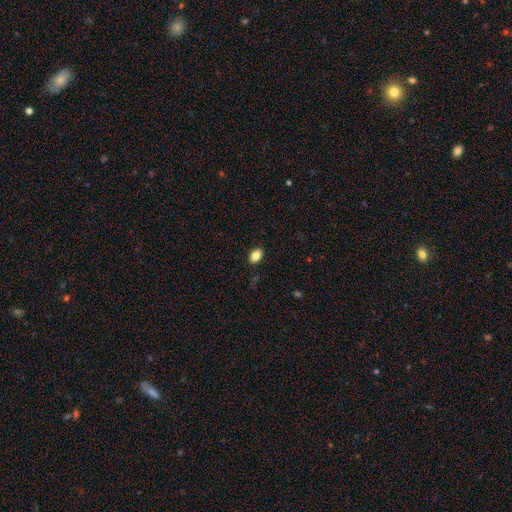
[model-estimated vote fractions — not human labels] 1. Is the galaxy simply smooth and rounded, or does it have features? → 84% smooth, 9% star or artifact, 7% featured or disk.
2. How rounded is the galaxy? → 82% in between, 16% round, 1% cigar-shaped.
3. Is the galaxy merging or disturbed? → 88% none, 9% minor disturbance, 2% major disturbance, 1% merger.